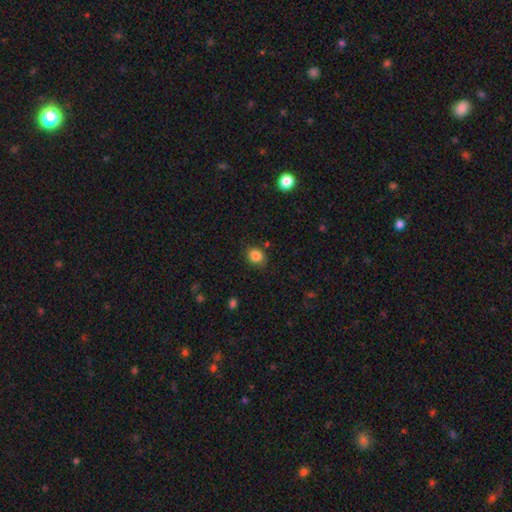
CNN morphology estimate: smooth-or-featured: smooth: 85% | star or artifact: 11% | featured or disk: 5%
  how-rounded: round: 67% | in between: 32% | cigar-shaped: 1%
  merging: none: 82% | minor disturbance: 13% | major disturbance: 3% | merger: 2%